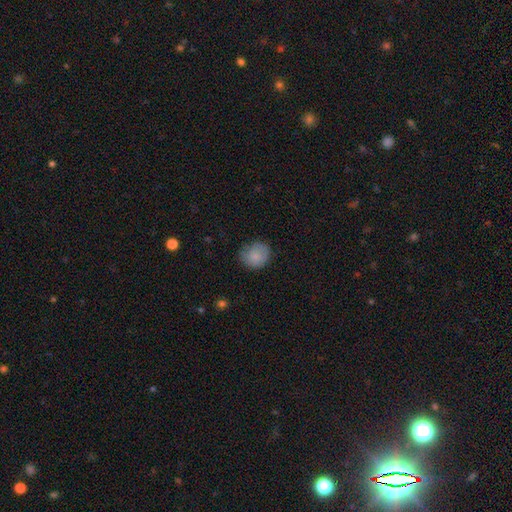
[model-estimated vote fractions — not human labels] smooth_or_featured: smooth (p=0.82) [alt: featured or disk p=0.10]
how_rounded: round (p=0.75) [alt: in between p=0.24]
merging: none (p=0.67) [alt: minor disturbance p=0.26]